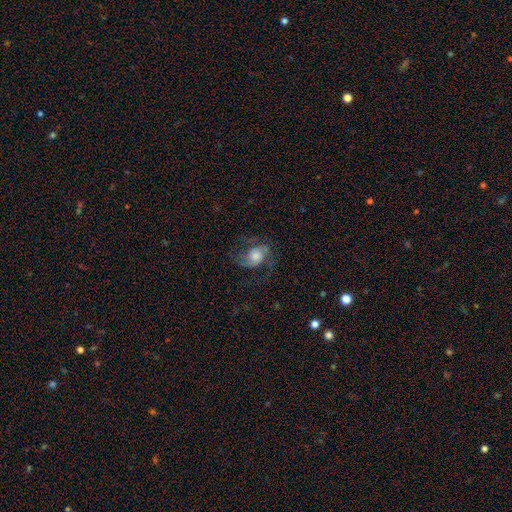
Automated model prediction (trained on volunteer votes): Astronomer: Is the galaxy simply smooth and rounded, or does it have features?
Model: featured or disk — 68%.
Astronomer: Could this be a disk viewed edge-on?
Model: no — 97%.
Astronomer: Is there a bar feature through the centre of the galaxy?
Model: no — 70%.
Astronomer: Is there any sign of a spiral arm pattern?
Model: yes — 91%.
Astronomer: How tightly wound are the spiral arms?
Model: medium — 47% (runner-up: loose, 39%).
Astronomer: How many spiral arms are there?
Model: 2 — 79%.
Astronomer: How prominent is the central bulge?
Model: moderate — 46% (runner-up: small, 24%).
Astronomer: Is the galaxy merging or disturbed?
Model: none — 60%.